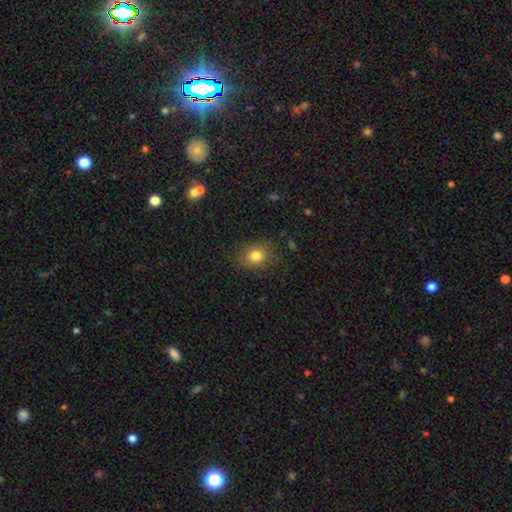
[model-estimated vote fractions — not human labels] Q: Smooth or featured?
A: smooth (80%); runner-up: star or artifact (11%)
Q: How rounded?
A: round (52%); runner-up: in between (47%)
Q: Merging?
A: none (79%); runner-up: minor disturbance (15%)